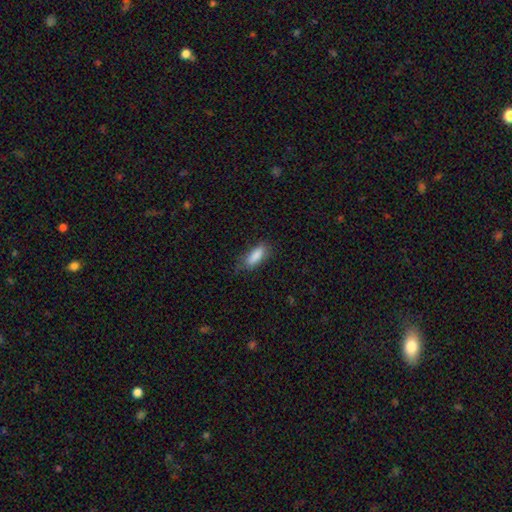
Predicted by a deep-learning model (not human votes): Q: Smooth or featured?
A: smooth (86%); runner-up: featured or disk (7%)
Q: How rounded?
A: in between (71%); runner-up: cigar-shaped (27%)
Q: Merging?
A: none (73%); runner-up: minor disturbance (21%)